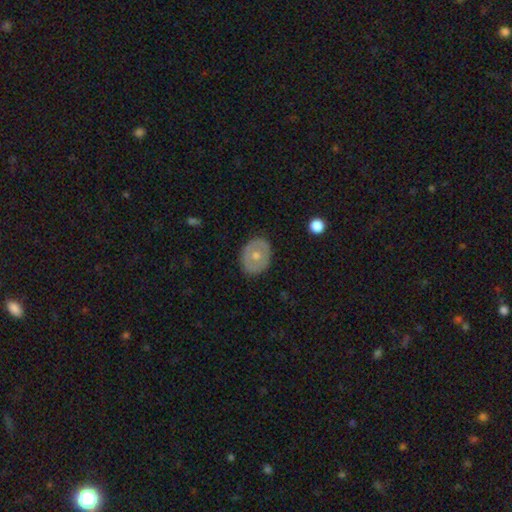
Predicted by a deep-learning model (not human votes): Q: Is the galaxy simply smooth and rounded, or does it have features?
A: smooth — 52%.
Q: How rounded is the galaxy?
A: in between — 53%.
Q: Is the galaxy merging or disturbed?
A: none — 85%.